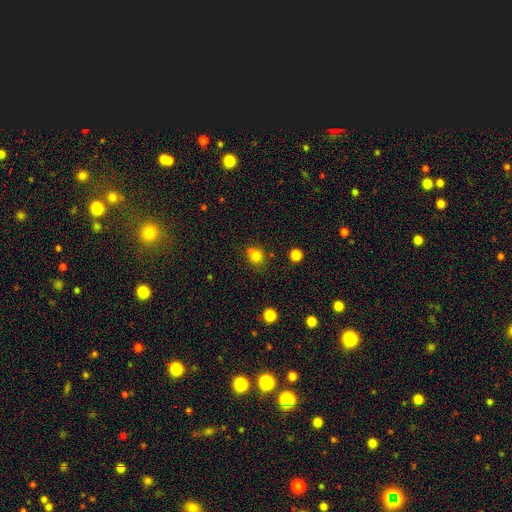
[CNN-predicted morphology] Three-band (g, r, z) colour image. It shows a smooth galaxy with no disk features (78%) that is round (79%). Merging: none (59%).